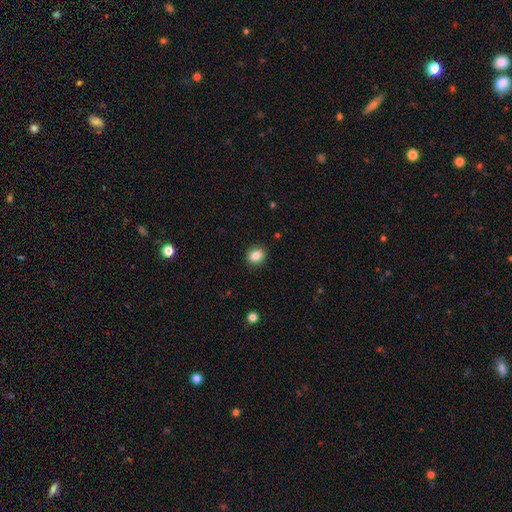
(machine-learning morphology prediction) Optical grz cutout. It shows a smooth galaxy with no disk features (83%) that is round (68%). Merging: none (89%).